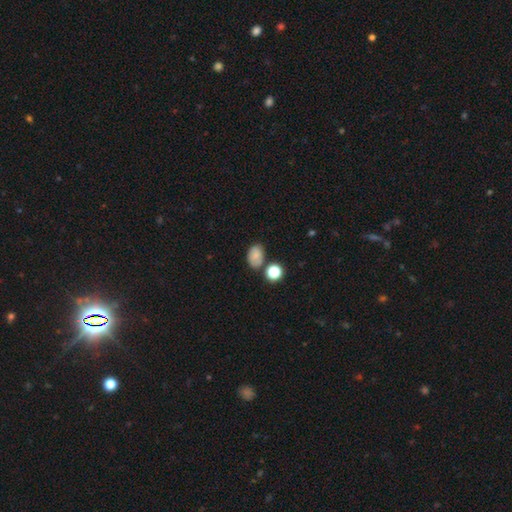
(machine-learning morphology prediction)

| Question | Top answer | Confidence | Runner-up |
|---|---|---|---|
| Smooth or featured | smooth | 76% | star or artifact (12%) |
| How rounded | in between | 81% | round (18%) |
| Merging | none | 65% | minor disturbance (19%) |